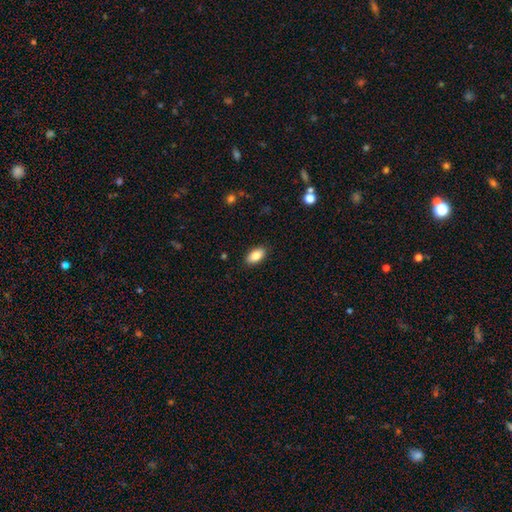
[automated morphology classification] smooth_or_featured: smooth (p=0.85) [alt: featured or disk p=0.08]
how_rounded: in between (p=0.93) [alt: round p=0.04]
merging: none (p=0.89) [alt: minor disturbance p=0.08]